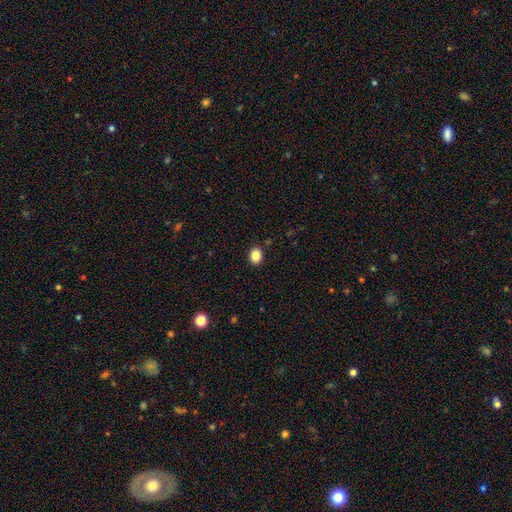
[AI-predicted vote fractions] A smooth galaxy with no disk features (86%) that is in between round and cigar-shaped (57%).

Vote fractions:
- Smooth or featured? smooth: 86% / star or artifact: 10% / featured or disk: 4%
- How rounded? in between: 57% / round: 42% / cigar-shaped: 1%
- Merging? none: 89% / minor disturbance: 7% / major disturbance: 2% / merger: 1%